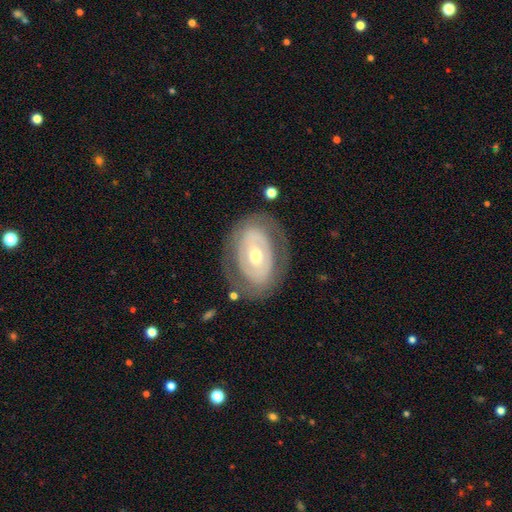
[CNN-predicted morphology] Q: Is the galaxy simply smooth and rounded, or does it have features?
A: featured or disk — 67%.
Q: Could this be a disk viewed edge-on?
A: no — 94%.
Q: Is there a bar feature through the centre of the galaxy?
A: no — 60%.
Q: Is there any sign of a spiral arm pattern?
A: no — 64%.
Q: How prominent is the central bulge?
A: moderate — 65%.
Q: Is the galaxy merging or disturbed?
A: none — 75%.